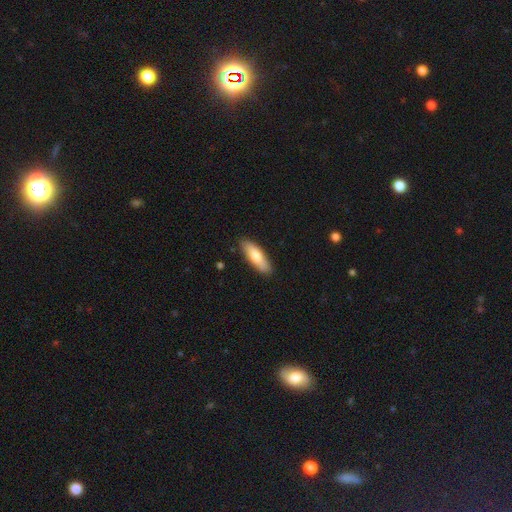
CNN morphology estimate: Smooth or featured: smooth — 74% (featured or disk — 20%)
How rounded: in between — 52% (cigar-shaped — 46%)
Merging: none — 88% (minor disturbance — 9%)